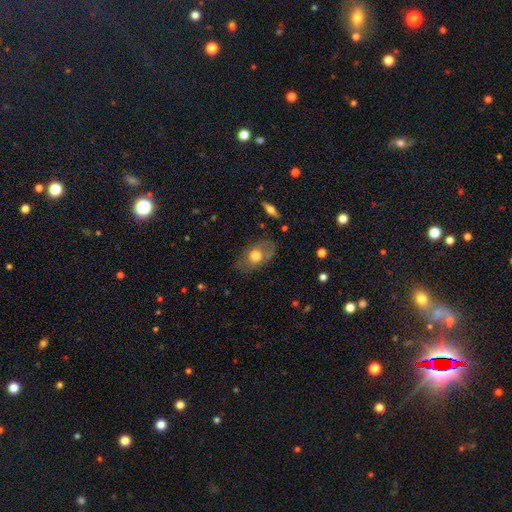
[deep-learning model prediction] A smooth galaxy with no disk features (57%) that is in between round and cigar-shaped (80%). Merging: none (66%).